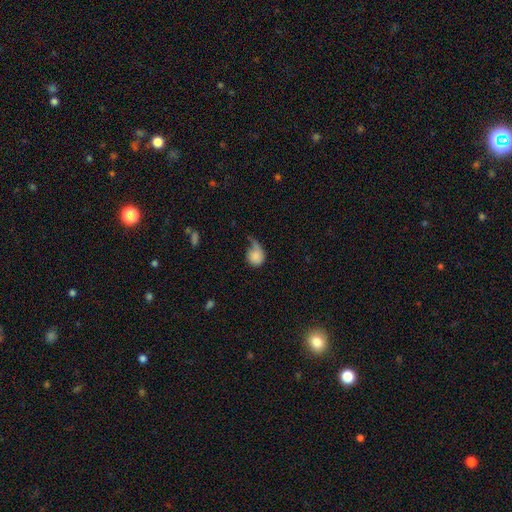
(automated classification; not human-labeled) Smooth or featured? smooth (69%)
How rounded? round (65%)
Merging? major disturbance (47%)